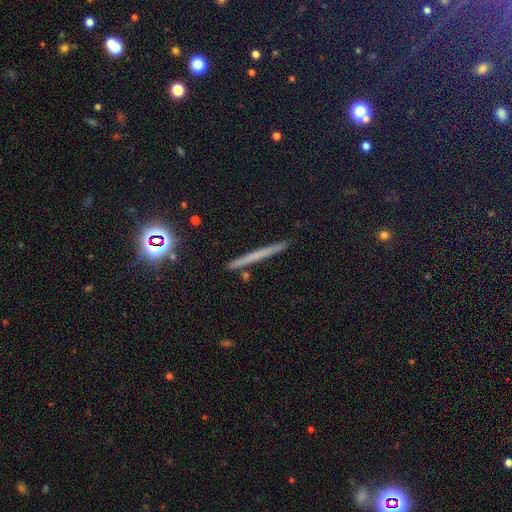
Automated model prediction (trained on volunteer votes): Smooth or featured?
  - smooth: 44% *
  - featured or disk: 38%
  - star or artifact: 18%
Merging?
  - none: 90% *
  - minor disturbance: 7%
  - merger: 2%
  - major disturbance: 2%